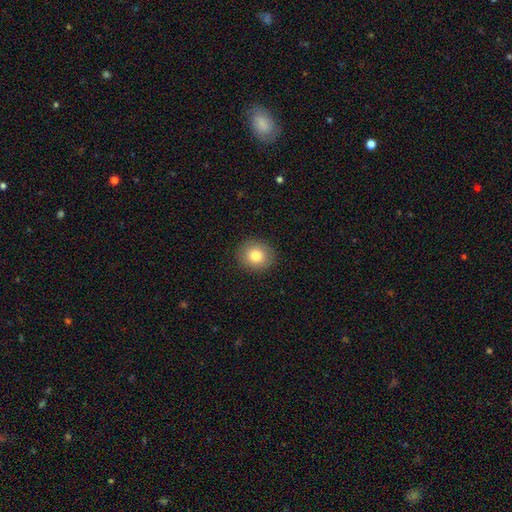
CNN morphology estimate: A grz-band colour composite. It shows a smooth galaxy with no disk features (82%) that is round (83%). Merging: none (90%).